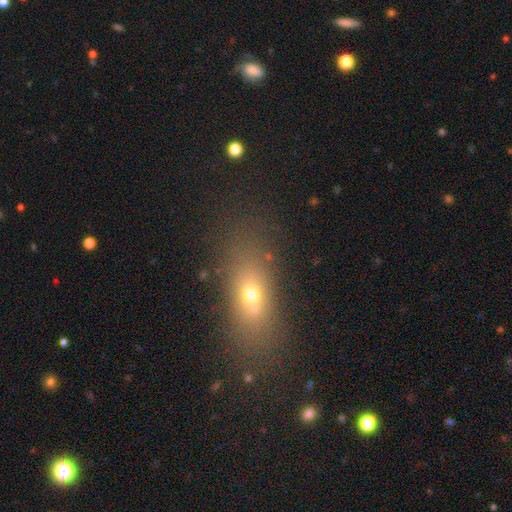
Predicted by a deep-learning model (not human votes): This appears to be a smooth galaxy with no disk features (61%) that is in between round and cigar-shaped (64%). Merging: none (80%).